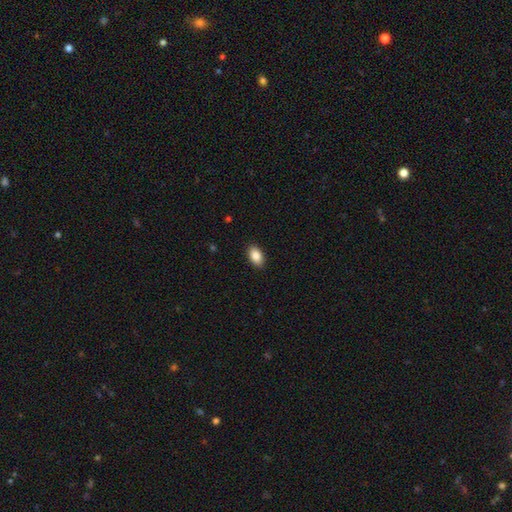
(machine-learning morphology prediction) This is clearly a smooth galaxy (88%). How rounded: clearly in between (92%). Merging: clearly none (89%).